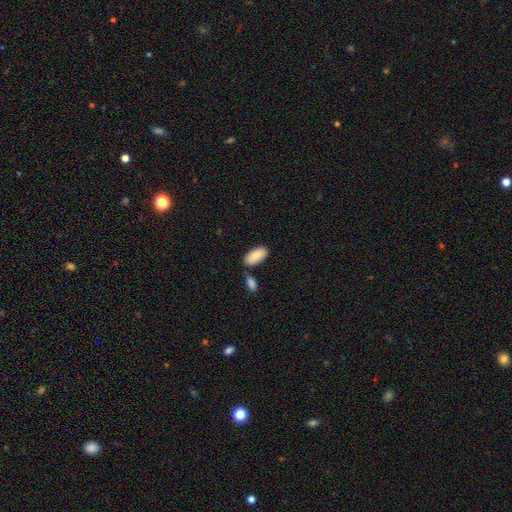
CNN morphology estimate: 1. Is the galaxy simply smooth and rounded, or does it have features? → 88% smooth, 7% featured or disk, 6% star or artifact.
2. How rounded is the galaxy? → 93% in between, 5% cigar-shaped, 2% round.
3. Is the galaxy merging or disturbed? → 69% none, 16% merger, 12% minor disturbance, 3% major disturbance.